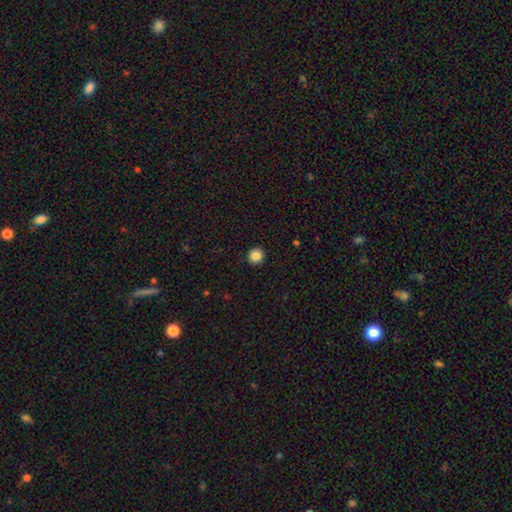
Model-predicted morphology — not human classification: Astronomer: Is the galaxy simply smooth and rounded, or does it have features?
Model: smooth — 86%.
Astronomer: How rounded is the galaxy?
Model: round — 93%.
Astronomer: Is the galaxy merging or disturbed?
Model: none — 93%.